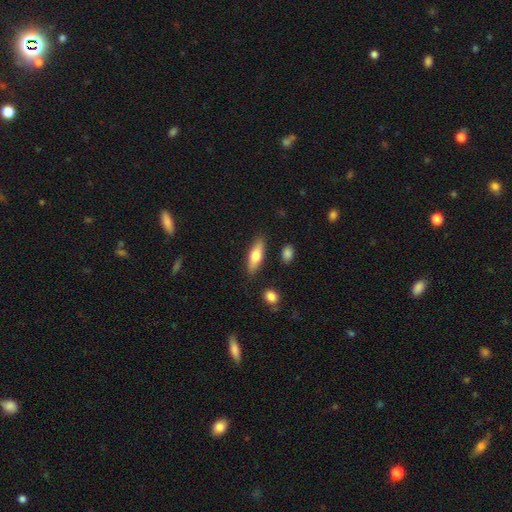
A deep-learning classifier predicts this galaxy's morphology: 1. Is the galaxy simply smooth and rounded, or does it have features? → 64% smooth, 30% featured or disk, 6% star or artifact.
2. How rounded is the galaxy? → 49% cigar-shaped, 48% in between, 3% round.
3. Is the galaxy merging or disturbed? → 83% none, 11% minor disturbance, 3% merger, 3% major disturbance.